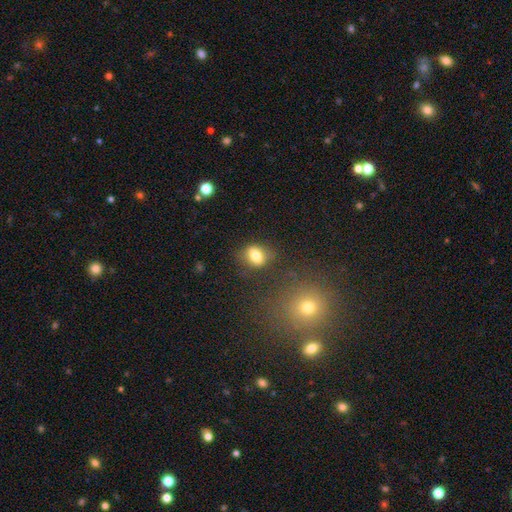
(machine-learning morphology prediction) This is likely a smooth galaxy (75%). How rounded: likely in between (68%). Merging: likely none (71%).